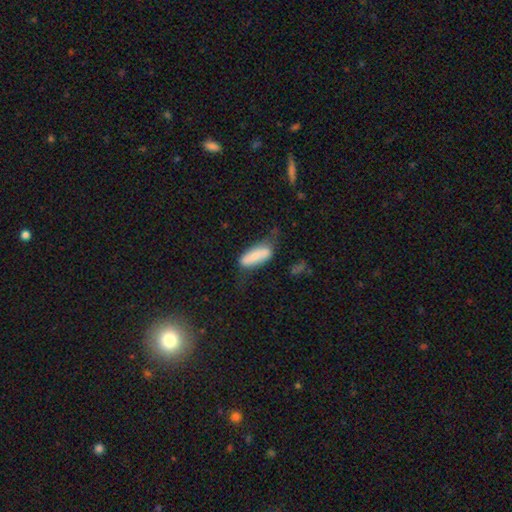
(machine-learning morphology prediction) This appears to be a smooth galaxy with no disk features (70%) that is in between round and cigar-shaped (68%). Merging: none (46%).